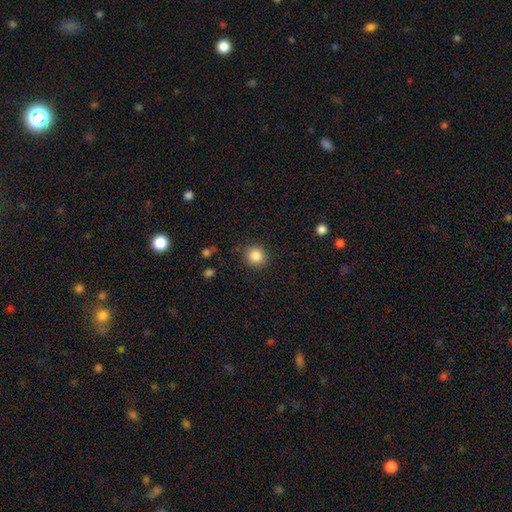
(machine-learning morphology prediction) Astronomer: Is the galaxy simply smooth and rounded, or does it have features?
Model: smooth — 86%.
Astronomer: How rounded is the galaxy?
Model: round — 91%.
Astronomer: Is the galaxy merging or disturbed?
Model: none — 87%.